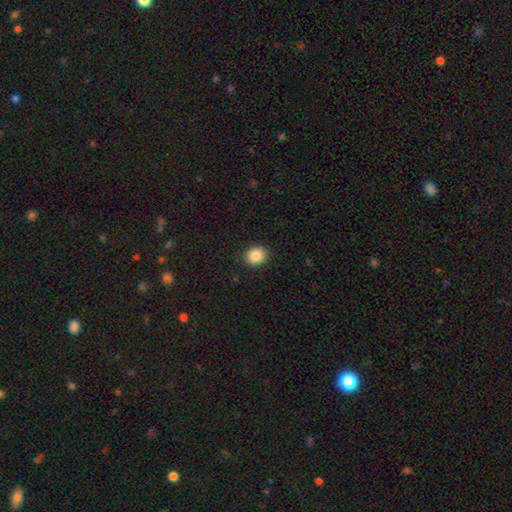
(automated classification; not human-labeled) This is clearly a smooth galaxy (86%). How rounded: likely round (72%). Merging: clearly none (90%).